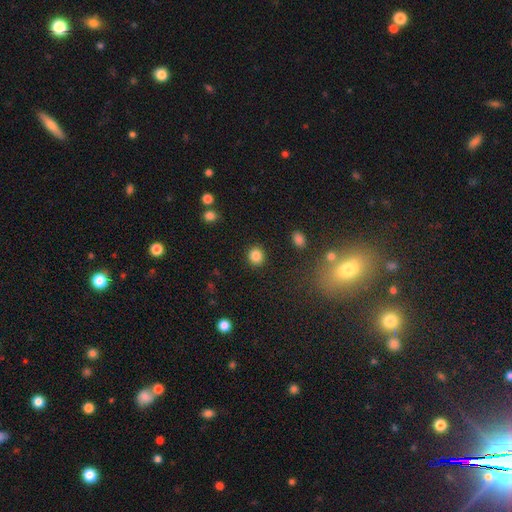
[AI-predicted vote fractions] smooth 86%, star or artifact 10%, featured or disk 4%. Down the decision tree: how rounded — round (84%); merging — none (90%).